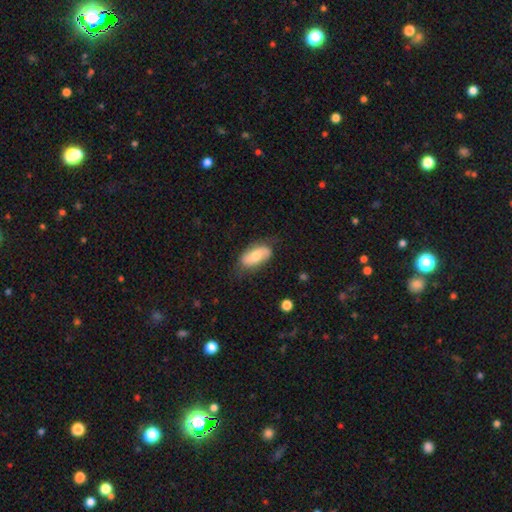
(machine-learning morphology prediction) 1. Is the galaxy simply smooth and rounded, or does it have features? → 59% smooth, 34% featured or disk, 6% star or artifact.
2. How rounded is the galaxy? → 89% in between, 7% cigar-shaped, 3% round.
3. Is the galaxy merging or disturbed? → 68% none, 24% minor disturbance, 7% major disturbance, 2% merger.